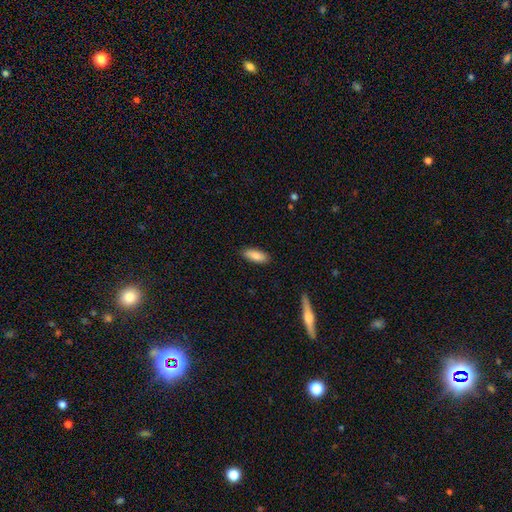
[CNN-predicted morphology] A smooth galaxy with no disk features (84%) that is in between round and cigar-shaped (69%). Merging: none (88%).